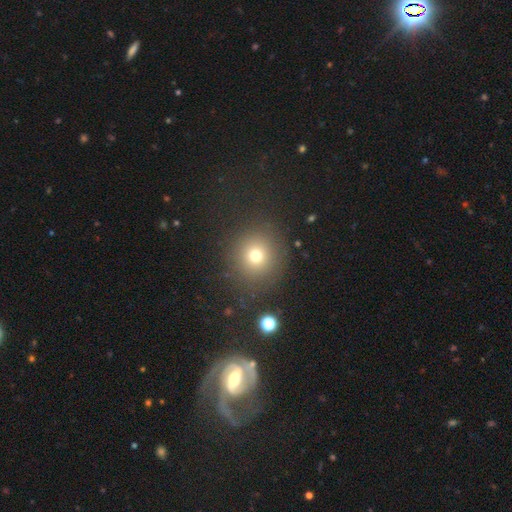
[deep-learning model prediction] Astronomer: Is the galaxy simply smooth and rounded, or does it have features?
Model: smooth — 72%.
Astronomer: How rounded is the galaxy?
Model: round — 90%.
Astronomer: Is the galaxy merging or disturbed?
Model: none — 86%.